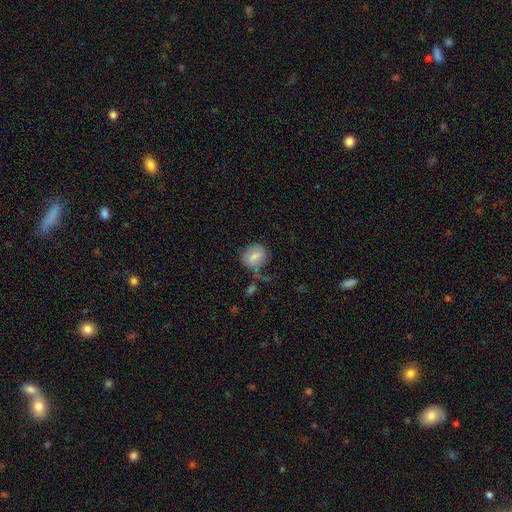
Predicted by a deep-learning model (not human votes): The model was most divided on "merging": none: 52%, minor disturbance: 24%, major disturbance: 14%, merger: 10%. More confident: smooth or featured — smooth (71%); how rounded — round (65%).